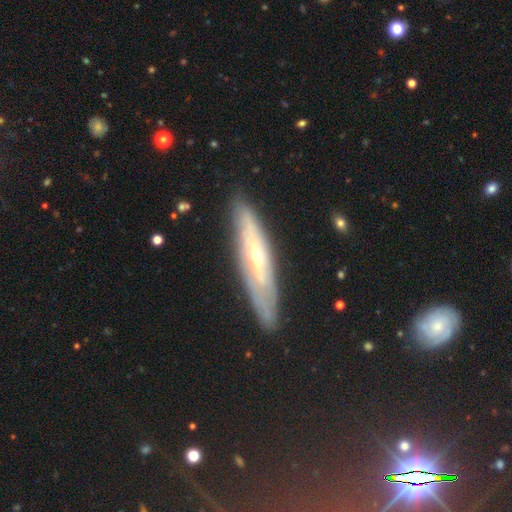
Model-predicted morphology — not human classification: Smooth or featured? featured or disk (72%)
Edge-on disk? yes (57%)
Merging? none (83%)